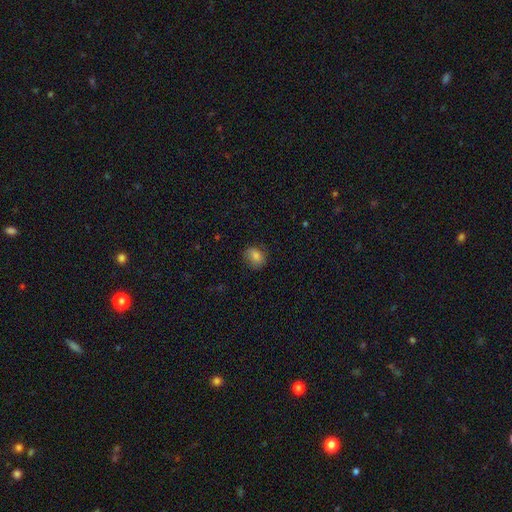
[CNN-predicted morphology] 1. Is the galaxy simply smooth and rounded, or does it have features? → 82% smooth, 10% star or artifact, 7% featured or disk.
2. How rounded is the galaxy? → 50% round, 49% in between, 1% cigar-shaped.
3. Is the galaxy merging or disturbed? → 75% none, 19% minor disturbance, 5% major disturbance, 1% merger.